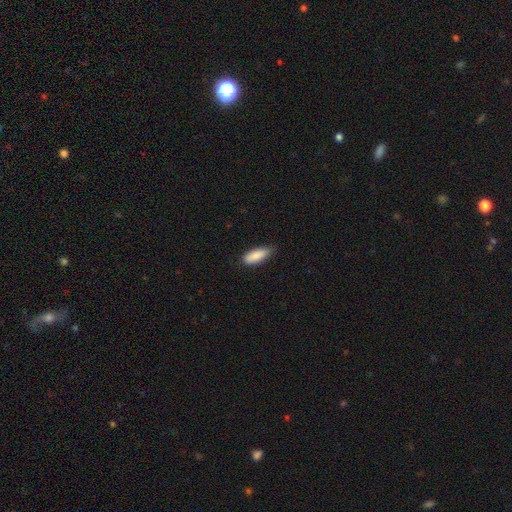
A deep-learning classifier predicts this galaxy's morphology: Overall: smooth (88%). How rounded: in between (69%). Merging: none (75%).